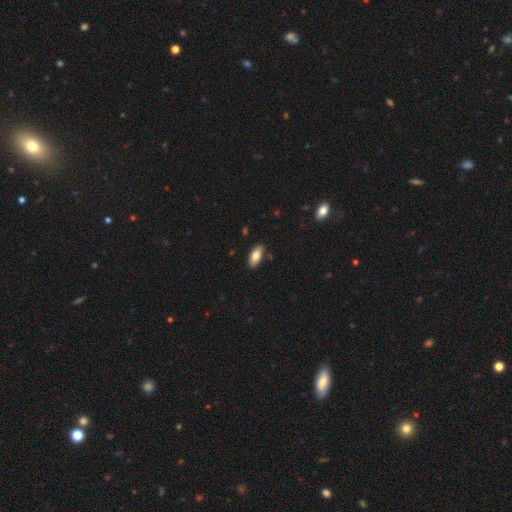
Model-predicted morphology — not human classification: This is clearly a smooth galaxy (81%). How rounded: clearly in between (86%). Merging: clearly none (87%).